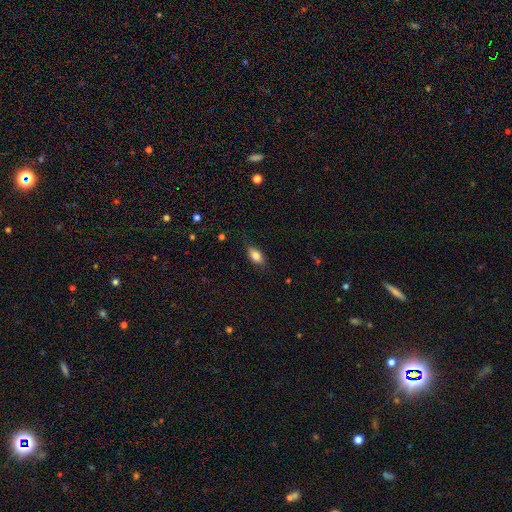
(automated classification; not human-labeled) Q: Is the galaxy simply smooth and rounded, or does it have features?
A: smooth — 83%.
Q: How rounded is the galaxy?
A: in between — 89%.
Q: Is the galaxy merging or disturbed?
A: none — 84%.